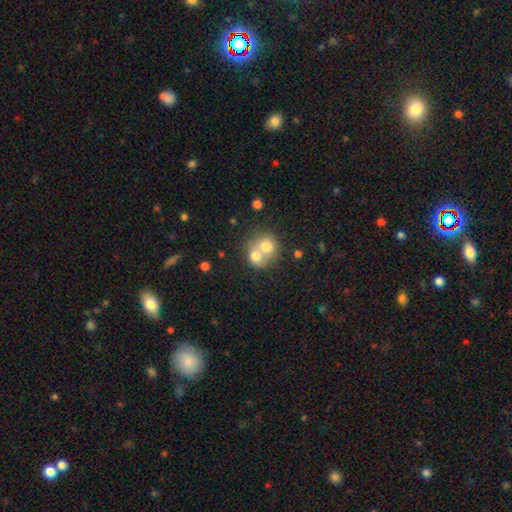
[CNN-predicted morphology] smooth_or_featured: smooth (p=0.68) [alt: featured or disk p=0.23]
how_rounded: round (p=0.70) [alt: in between p=0.29]
merging: merger (p=0.72) [alt: none p=0.20]